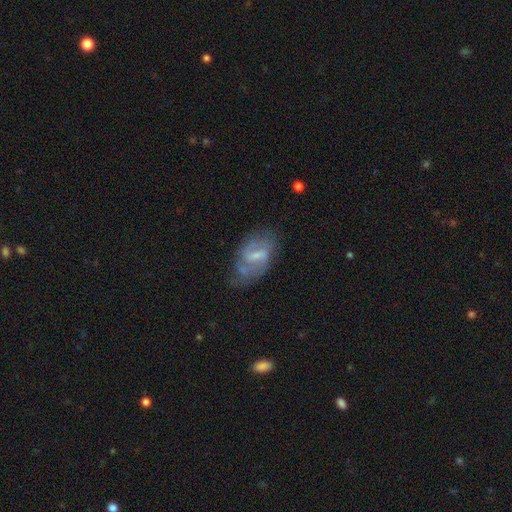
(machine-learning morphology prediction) Smooth or featured: featured or disk — 70% (smooth — 23%)
Edge-on disk: no — 96% (yes — 4%)
Bar: weak — 58% (strong — 26%)
Spiral arms: yes — 80% (no — 20%)
Spiral winding: medium — 45% (loose — 30%)
Spiral arm count: 2 — 65% (can't tell — 22%)
Bulge size: small — 52% (moderate — 29%)
Merging: none — 58% (minor disturbance — 26%)